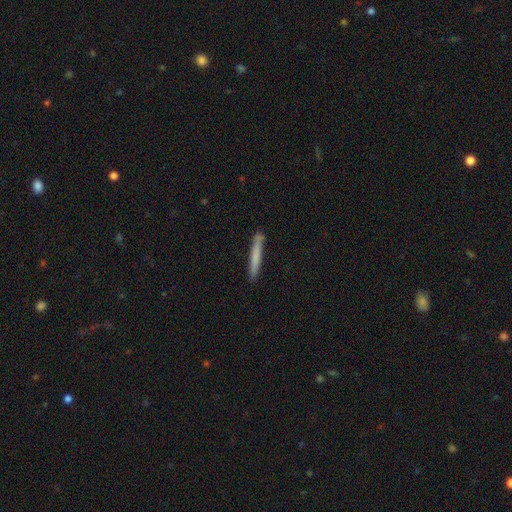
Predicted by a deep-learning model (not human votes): The model was most divided on "smooth or featured": smooth: 69%, featured or disk: 25%, star or artifact: 6%. More confident: how rounded — cigar-shaped (96%); merging — none (86%).